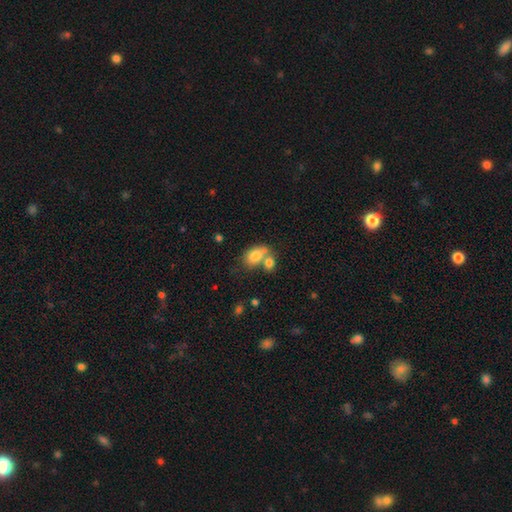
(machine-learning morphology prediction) Smooth or featured? smooth (79%)
How rounded? in between (84%)
Merging? merger (49%)